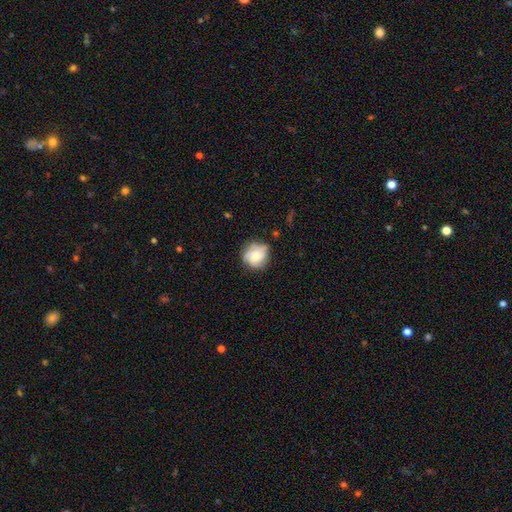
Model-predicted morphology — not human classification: Smooth or featured?
  - smooth: 66% *
  - featured or disk: 26%
  - star or artifact: 8%
How rounded?
  - round: 87% *
  - in between: 12%
  - cigar-shaped: 1%
Merging?
  - none: 67% *
  - minor disturbance: 24%
  - major disturbance: 6%
  - merger: 3%